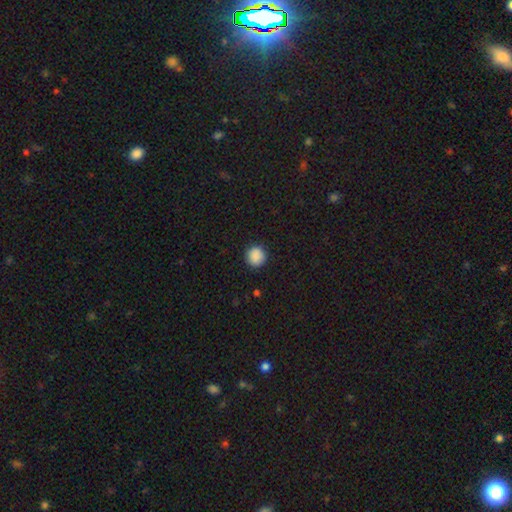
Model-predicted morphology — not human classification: Smooth or featured: smooth — 89% (star or artifact — 9%)
How rounded: round — 94% (in between — 5%)
Merging: none — 91% (minor disturbance — 6%)